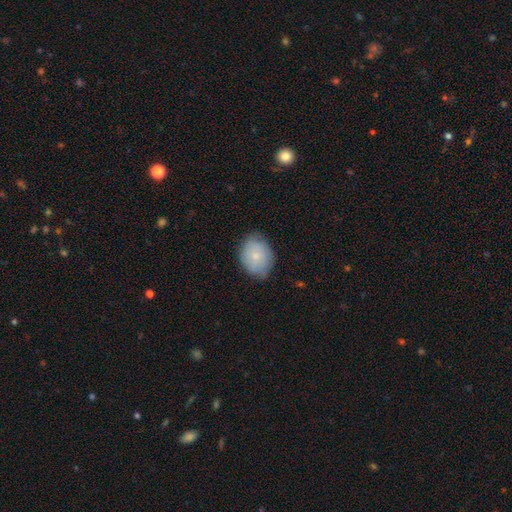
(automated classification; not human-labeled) A smooth galaxy with no disk features (74%) that is in between round and cigar-shaped (60%).

Vote fractions:
- Smooth or featured? smooth: 74% / featured or disk: 19% / star or artifact: 7%
- How rounded? in between: 60% / round: 39% / cigar-shaped: 1%
- Merging? none: 73% / minor disturbance: 22% / major disturbance: 4% / merger: 1%